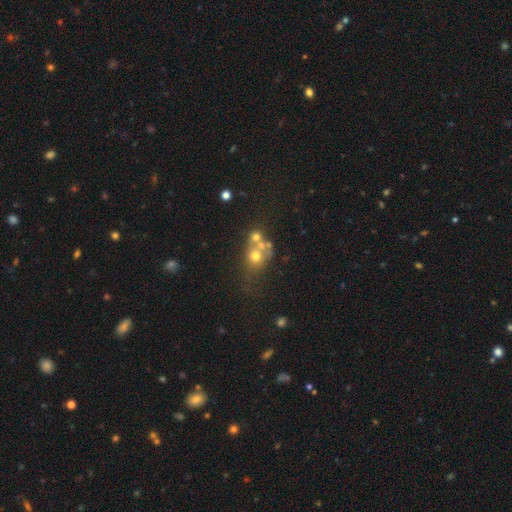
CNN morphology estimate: The model was most divided on "merging": merger: 46%, none: 33%, minor disturbance: 11%, major disturbance: 9%. More confident: how rounded — round (72%); smooth or featured — smooth (55%).